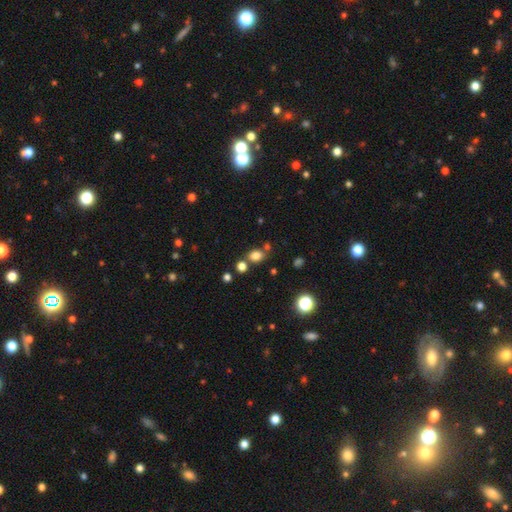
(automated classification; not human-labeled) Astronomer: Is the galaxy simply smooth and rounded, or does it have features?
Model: smooth — 78%.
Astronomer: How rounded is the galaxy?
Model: in between — 50% (runner-up: round, 49%).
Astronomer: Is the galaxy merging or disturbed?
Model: none — 68%.